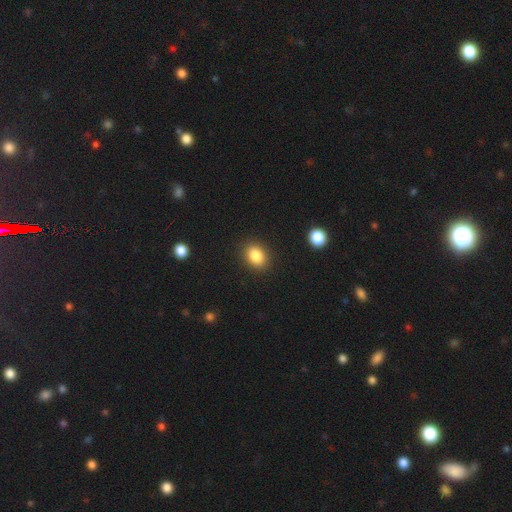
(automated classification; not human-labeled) A smooth galaxy with no disk features (85%) that is in between round and cigar-shaped (62%).

Vote fractions:
- Smooth or featured? smooth: 85% / star or artifact: 10% / featured or disk: 5%
- How rounded? in between: 62% / round: 37% / cigar-shaped: 1%
- Merging? none: 89% / minor disturbance: 7% / major disturbance: 2% / merger: 1%